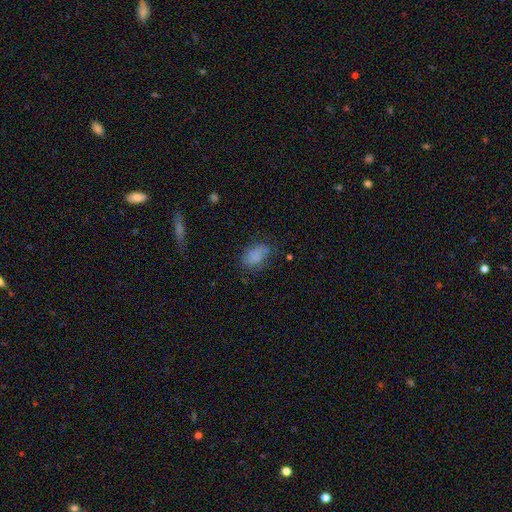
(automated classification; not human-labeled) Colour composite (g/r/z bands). It shows a smooth galaxy with no disk features (80%) that is in between round and cigar-shaped (85%). Merging: none (62%).